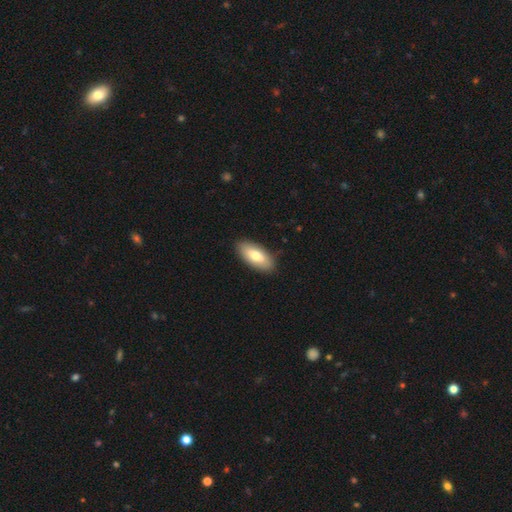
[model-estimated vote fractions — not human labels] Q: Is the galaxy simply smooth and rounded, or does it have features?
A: smooth — 74%.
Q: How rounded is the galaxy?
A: in between — 89%.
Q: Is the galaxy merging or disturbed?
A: none — 89%.